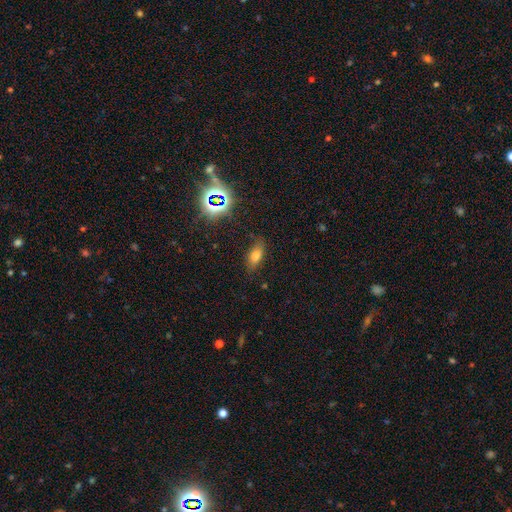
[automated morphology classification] Q: Smooth or featured?
A: smooth (71%); runner-up: star or artifact (18%)
Q: How rounded?
A: in between (81%); runner-up: cigar-shaped (13%)
Q: Merging?
A: none (80%); runner-up: minor disturbance (14%)